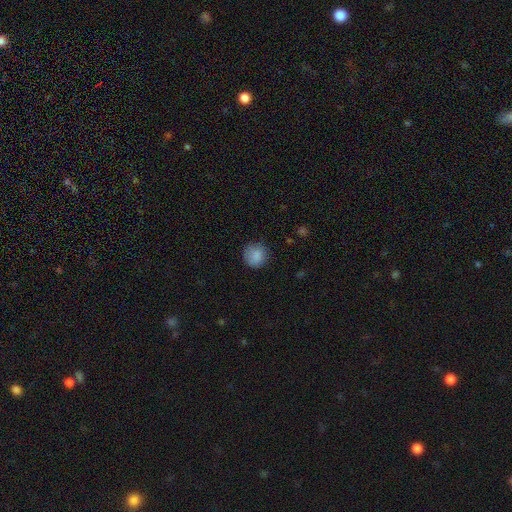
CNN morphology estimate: The model was most divided on "merging": none: 80%, minor disturbance: 15%, major disturbance: 4%, merger: 1%. More confident: how rounded — round (90%); smooth or featured — smooth (86%).